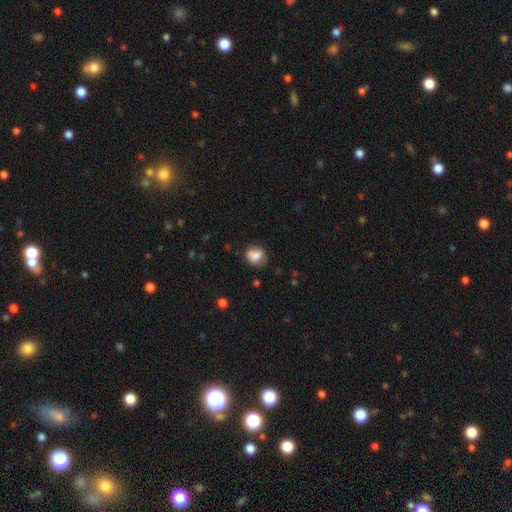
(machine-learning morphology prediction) The model was most divided on "how rounded": round: 68%, in between: 31%, cigar-shaped: 1%. More confident: smooth or featured — smooth (80%); merging — none (66%).